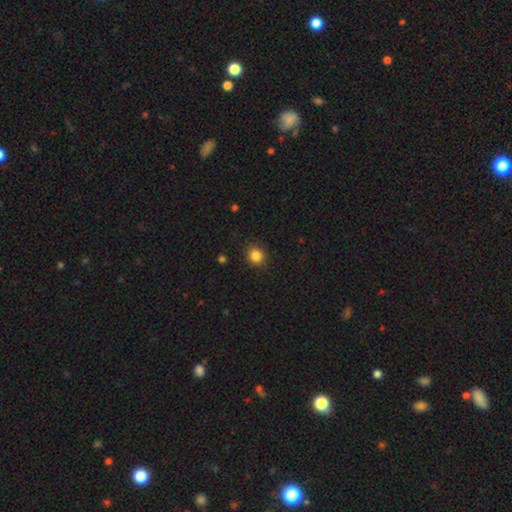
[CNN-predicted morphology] type=smooth (85%); roundness=round (83%); merging=none (90%).